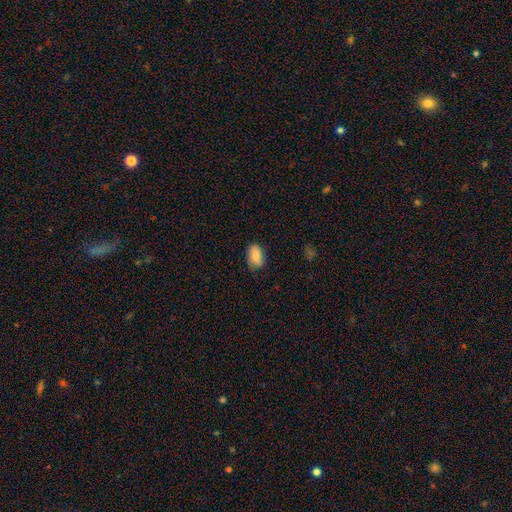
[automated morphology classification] Smooth or featured? smooth (84%)
How rounded? in between (90%)
Merging? none (79%)